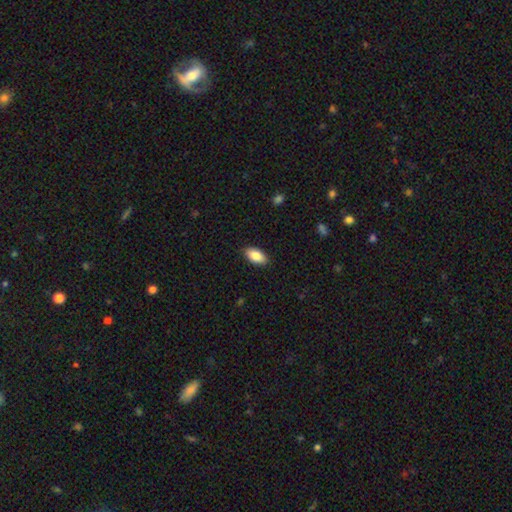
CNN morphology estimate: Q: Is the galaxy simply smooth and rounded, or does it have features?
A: smooth — 85%.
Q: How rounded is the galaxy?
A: in between — 93%.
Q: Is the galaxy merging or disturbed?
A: none — 89%.